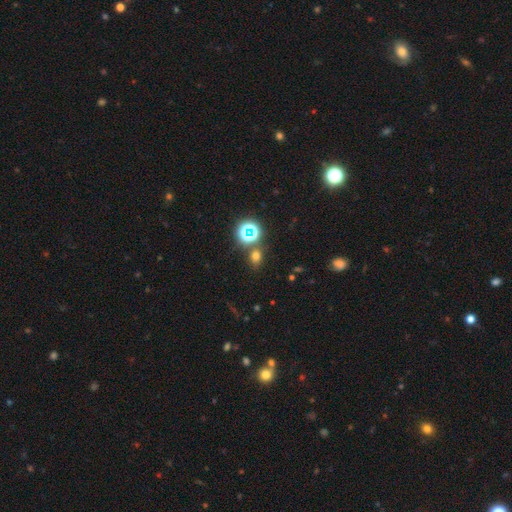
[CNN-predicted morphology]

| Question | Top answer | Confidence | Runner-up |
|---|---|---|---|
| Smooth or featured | smooth | 61% | star or artifact (31%) |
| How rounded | round | 57% | in between (42%) |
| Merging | none | 78% | minor disturbance (10%) |